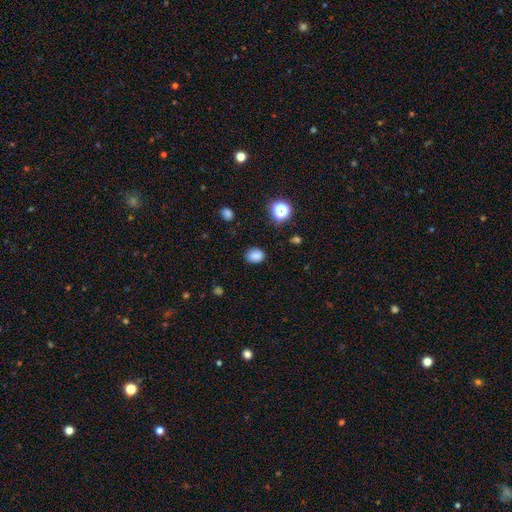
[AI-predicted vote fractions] smooth_or_featured: smooth (p=0.82) [alt: star or artifact p=0.13]
how_rounded: in between (p=0.53) [alt: round p=0.46]
merging: none (p=0.82) [alt: minor disturbance p=0.13]